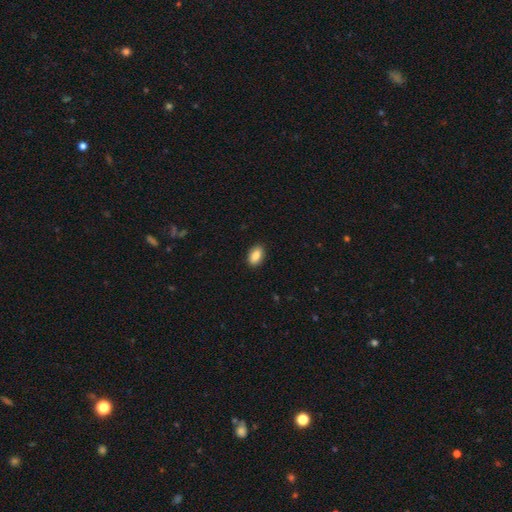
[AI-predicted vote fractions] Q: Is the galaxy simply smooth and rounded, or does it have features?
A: smooth — 87%.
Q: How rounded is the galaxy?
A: in between — 91%.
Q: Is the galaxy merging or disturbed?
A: none — 90%.